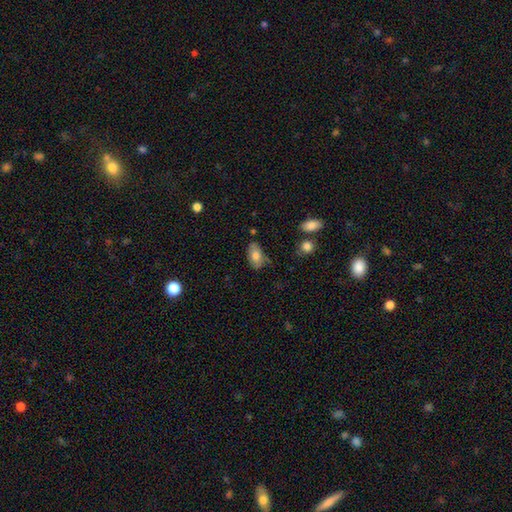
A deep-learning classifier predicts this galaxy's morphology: Smooth or featured: smooth — 75% (featured or disk — 17%)
How rounded: in between — 93% (round — 5%)
Merging: none — 68% (minor disturbance — 24%)